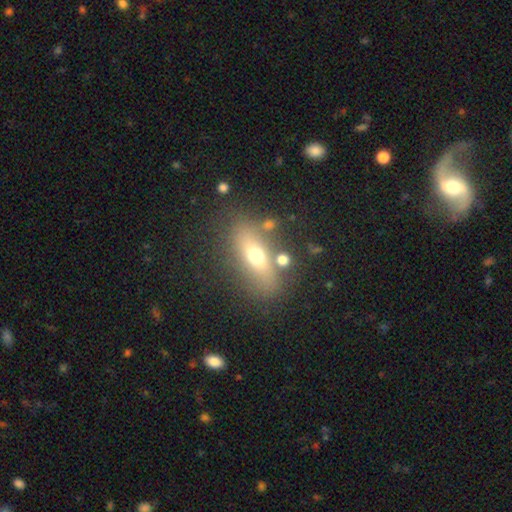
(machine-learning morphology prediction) Smooth or featured? Predicted: smooth (p=0.58). How rounded? Predicted: in between (p=0.68). Merging? Predicted: none (p=0.73).